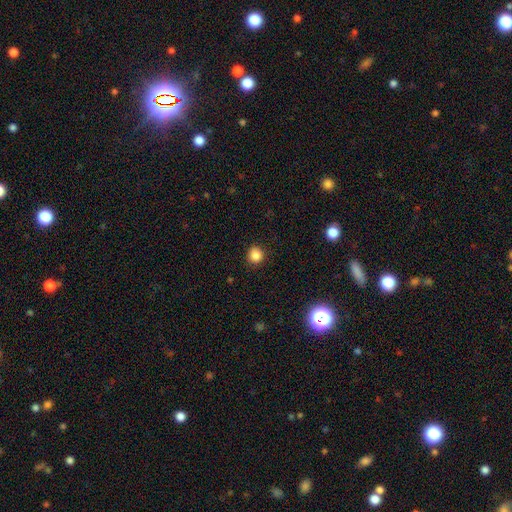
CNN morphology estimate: Smooth or featured? Predicted: smooth (p=0.85). How rounded? Predicted: round (p=0.88). Merging? Predicted: none (p=0.89).